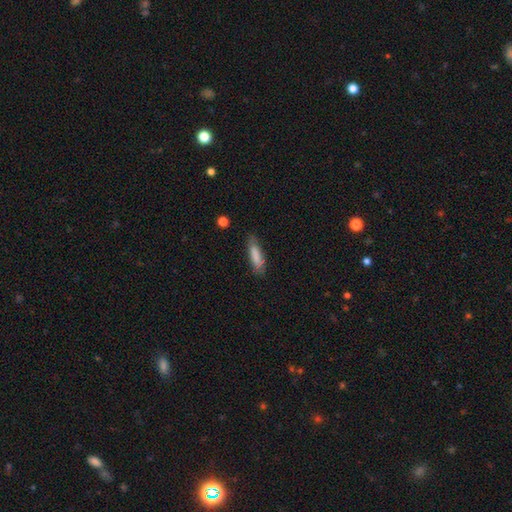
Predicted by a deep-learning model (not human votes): A smooth galaxy with no disk features (80%) that is cigar-shaped (59%). Merging: none (71%).